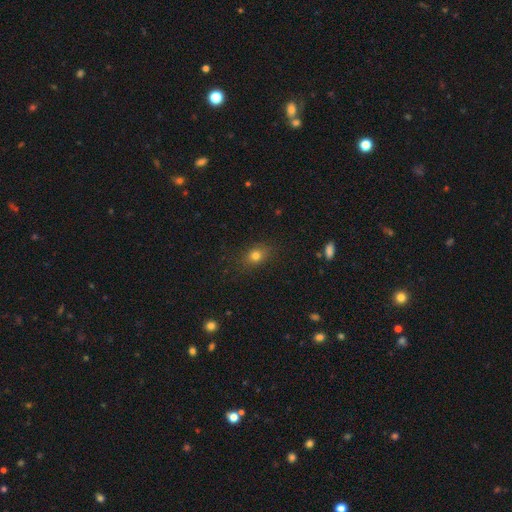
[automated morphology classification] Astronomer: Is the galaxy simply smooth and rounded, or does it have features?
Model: smooth — 78%.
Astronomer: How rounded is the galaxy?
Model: in between — 54% (runner-up: round, 44%).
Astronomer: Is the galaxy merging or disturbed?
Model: none — 83%.